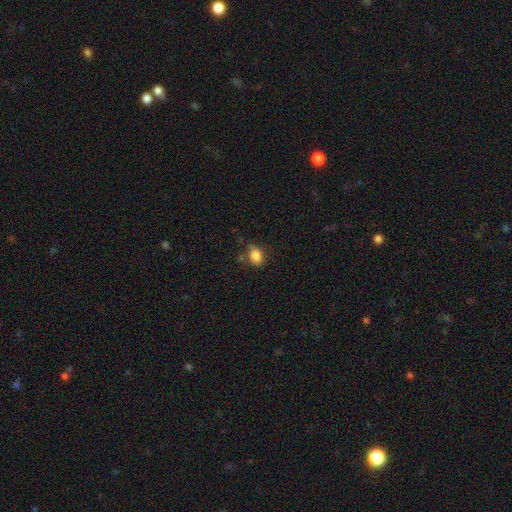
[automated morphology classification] smooth-or-featured: smooth: 85% | star or artifact: 10% | featured or disk: 6%
  how-rounded: in between: 73% | round: 26% | cigar-shaped: 1%
  merging: none: 60% | minor disturbance: 26% | major disturbance: 7% | merger: 7%